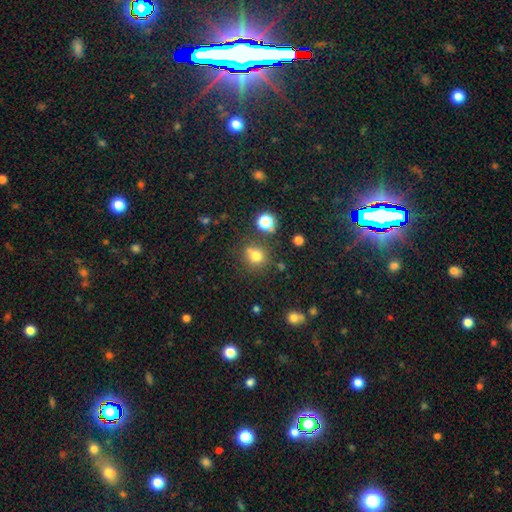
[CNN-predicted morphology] Q: Smooth or featured?
A: smooth (74%); runner-up: star or artifact (17%)
Q: How rounded?
A: round (84%); runner-up: in between (15%)
Q: Merging?
A: none (66%); runner-up: merger (16%)